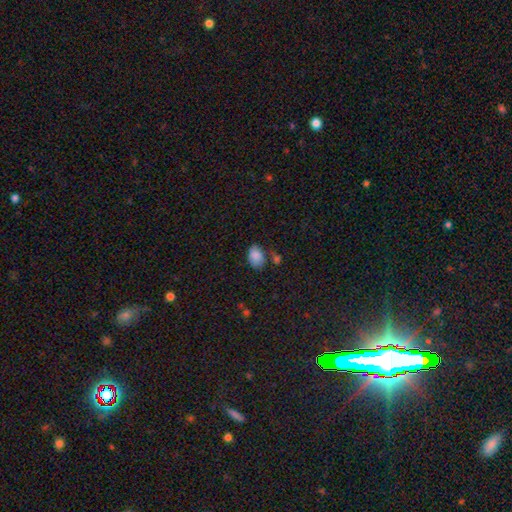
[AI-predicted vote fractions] Q: Smooth or featured?
A: smooth (85%); runner-up: star or artifact (9%)
Q: How rounded?
A: in between (78%); runner-up: round (21%)
Q: Merging?
A: none (58%); runner-up: minor disturbance (24%)